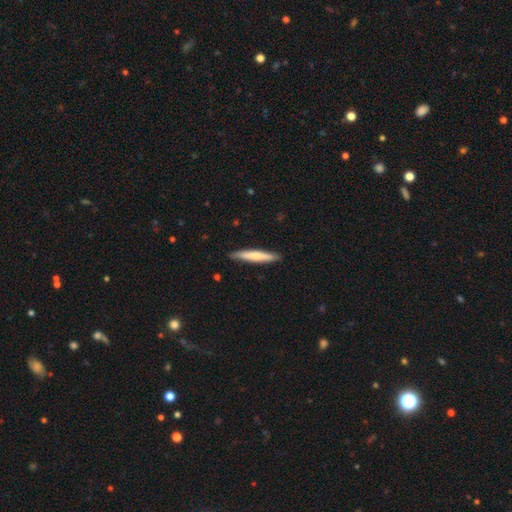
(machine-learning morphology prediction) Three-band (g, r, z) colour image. It shows a smooth galaxy with no disk features (60%) that is cigar-shaped (93%). Merging: none (88%).